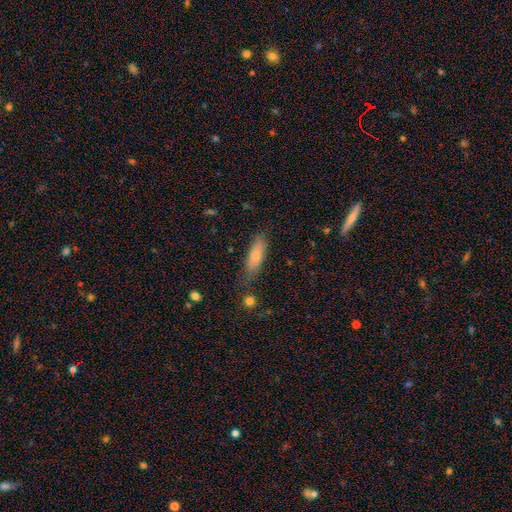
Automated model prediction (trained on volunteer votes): A smooth galaxy with no disk features (72%) that is cigar-shaped (51%). Merging: none (76%).